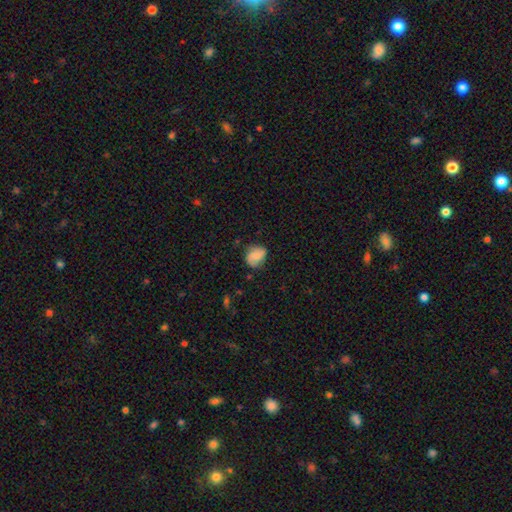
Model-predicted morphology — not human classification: smooth-or-featured: smooth: 61% | featured or disk: 31% | star or artifact: 9%
  how-rounded: round: 50% | in between: 49% | cigar-shaped: 1%
  merging: none: 65% | minor disturbance: 26% | major disturbance: 7% | merger: 2%